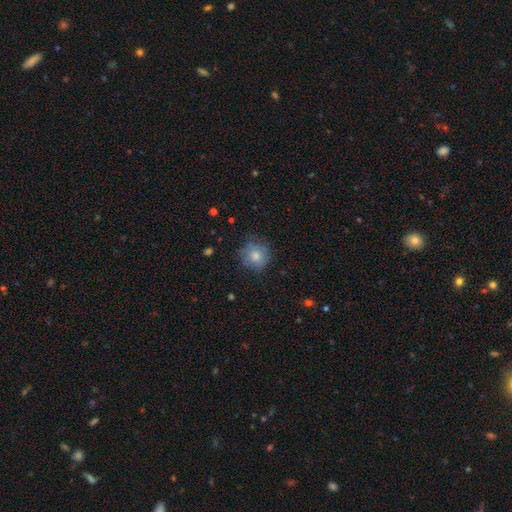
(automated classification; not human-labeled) smooth 78%, featured or disk 12%, star or artifact 10%. Down the decision tree: how rounded — round (89%); merging — none (76%).